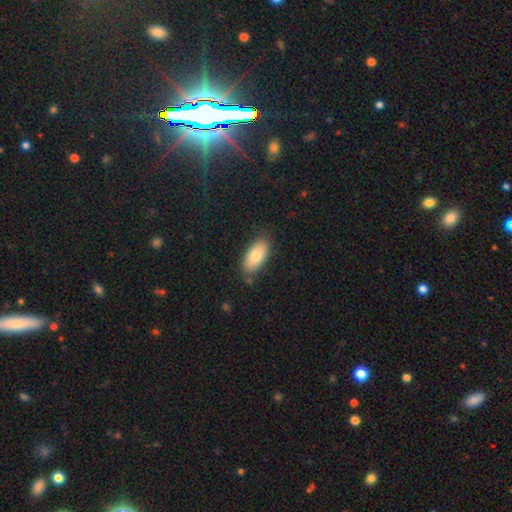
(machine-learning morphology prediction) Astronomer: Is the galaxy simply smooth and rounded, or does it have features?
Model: smooth — 79%.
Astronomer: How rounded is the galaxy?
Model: in between — 91%.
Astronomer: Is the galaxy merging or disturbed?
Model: none — 79%.